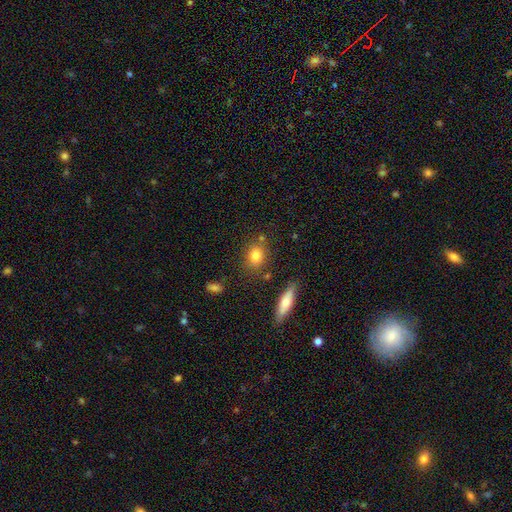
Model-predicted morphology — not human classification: smooth 79%, featured or disk 11%, star or artifact 10%. Down the decision tree: how rounded — in between (51%); merging — none (76%).